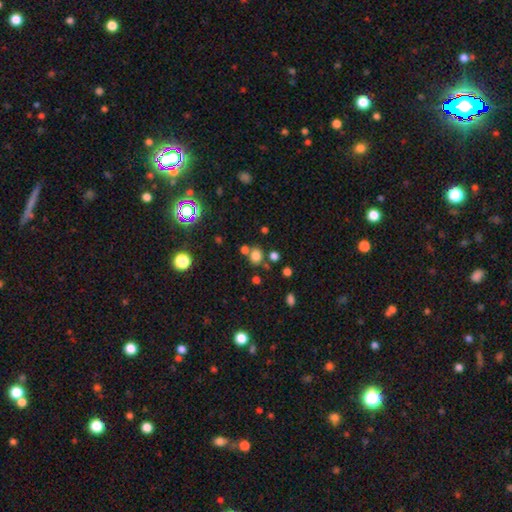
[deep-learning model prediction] Overall: smooth (73%). How rounded: round (79%). Merging: none (66%).